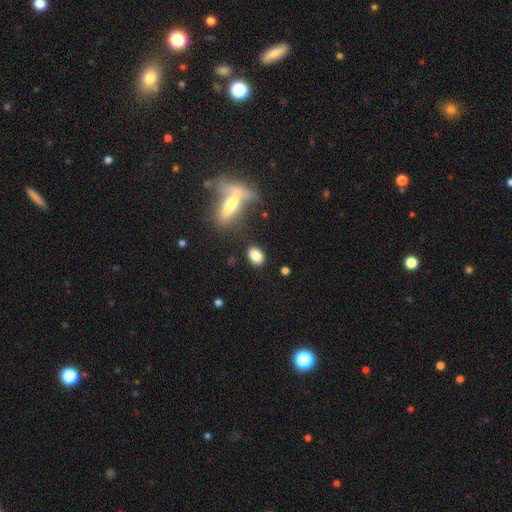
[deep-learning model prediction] Smooth or featured?
  - smooth: 84% *
  - featured or disk: 8%
  - star or artifact: 8%
How rounded?
  - in between: 78% *
  - round: 19%
  - cigar-shaped: 3%
Merging?
  - none: 79% *
  - minor disturbance: 12%
  - merger: 5%
  - major disturbance: 4%